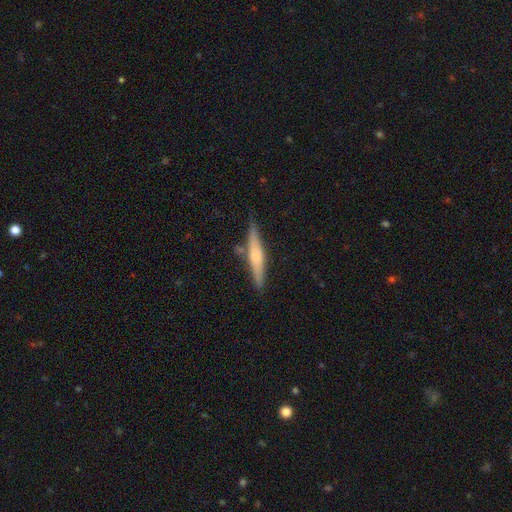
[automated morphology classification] This is possibly a featured or disk galaxy (53%). It is clearly viewed edge-on (96%). Edge-on bulge: likely rounded (60%). Merging: clearly none (81%).